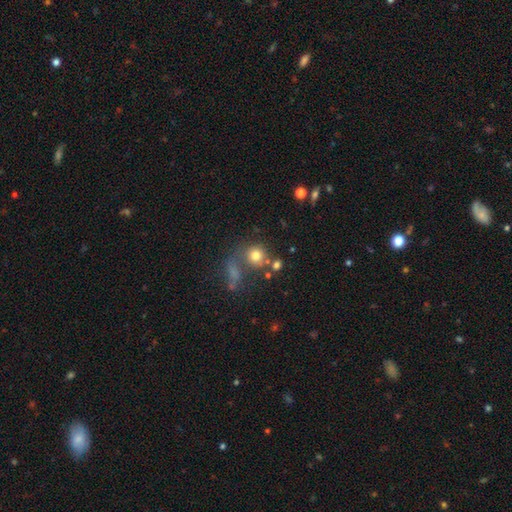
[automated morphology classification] Smooth or featured? Predicted: smooth (p=0.75). How rounded? Predicted: round (p=0.86). Merging? Predicted: none (p=0.56).